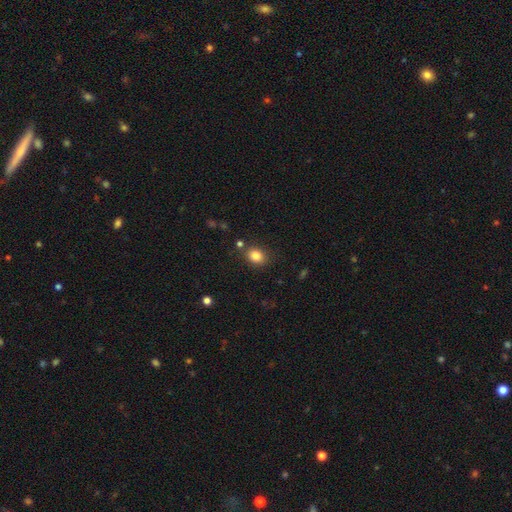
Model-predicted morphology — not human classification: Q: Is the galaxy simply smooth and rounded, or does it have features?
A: smooth — 83%.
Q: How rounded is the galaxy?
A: in between — 50%.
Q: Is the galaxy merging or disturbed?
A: none — 80%.